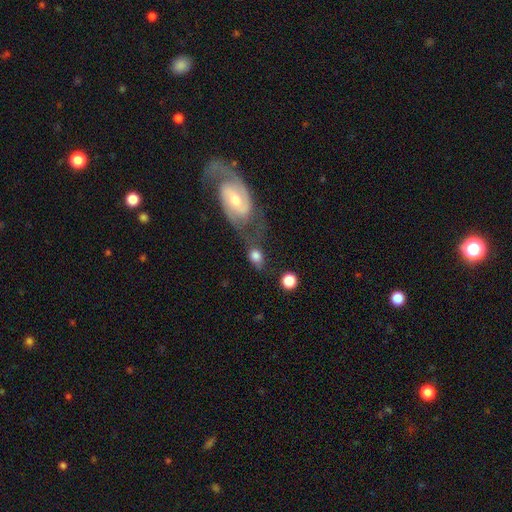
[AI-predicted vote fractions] Smooth or featured?
  - smooth: 69% *
  - featured or disk: 22%
  - star or artifact: 8%
How rounded?
  - in between: 60% *
  - round: 37%
  - cigar-shaped: 3%
Merging?
  - none: 42% *
  - merger: 25%
  - minor disturbance: 18%
  - major disturbance: 15%